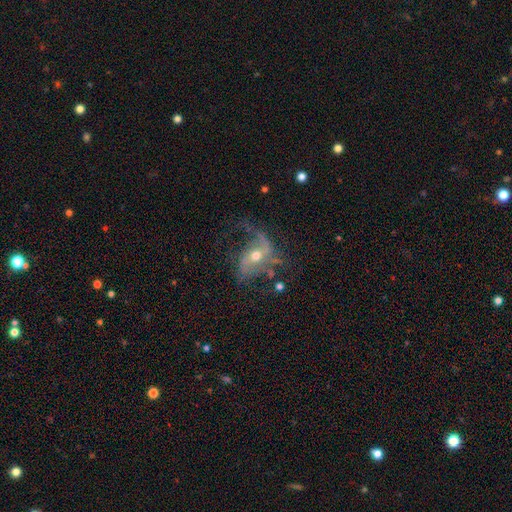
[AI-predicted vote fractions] Q: Smooth or featured?
A: featured or disk (81%); runner-up: smooth (10%)
Q: Edge-on disk?
A: no (95%); runner-up: yes (5%)
Q: Bar?
A: no (49%); runner-up: weak (32%)
Q: Spiral arms?
A: yes (91%); runner-up: no (9%)
Q: Spiral winding?
A: loose (71%); runner-up: medium (22%)
Q: Spiral arm count?
A: 2 (66%); runner-up: 1 (18%)
Q: Bulge size?
A: moderate (54%); runner-up: small (42%)
Q: Merging?
A: none (45%); runner-up: major disturbance (29%)